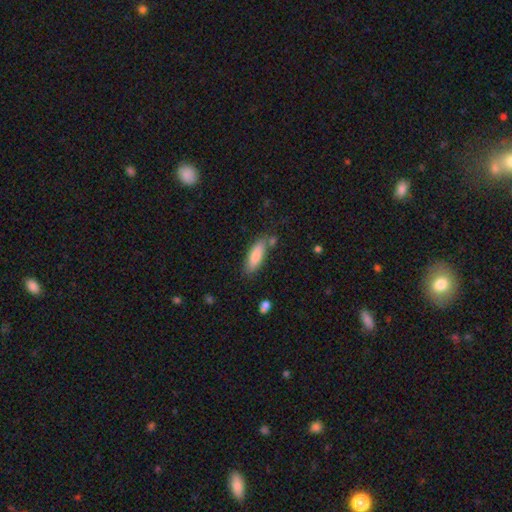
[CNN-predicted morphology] smooth 80%, featured or disk 14%, star or artifact 6%. Down the decision tree: how rounded — in between (57%); merging — none (75%).